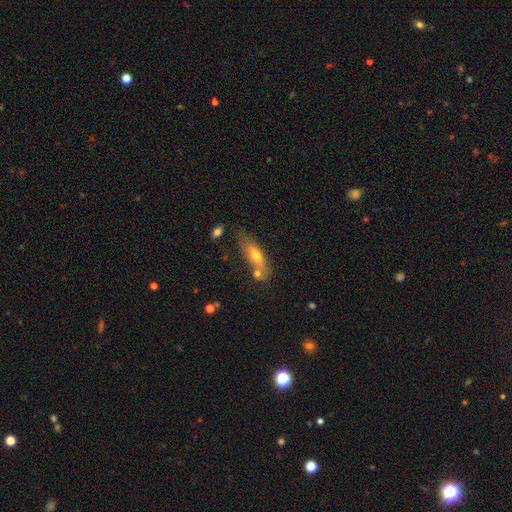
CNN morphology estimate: Smooth or featured? smooth (62%)
How rounded? in between (57%)
Merging? none (55%)